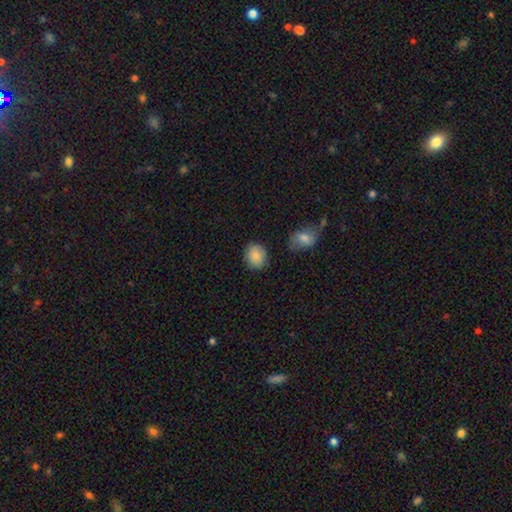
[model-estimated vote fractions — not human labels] smooth_or_featured: smooth (p=0.87) [alt: star or artifact p=0.07]
how_rounded: round (p=0.66) [alt: in between p=0.33]
merging: none (p=0.84) [alt: minor disturbance p=0.11]